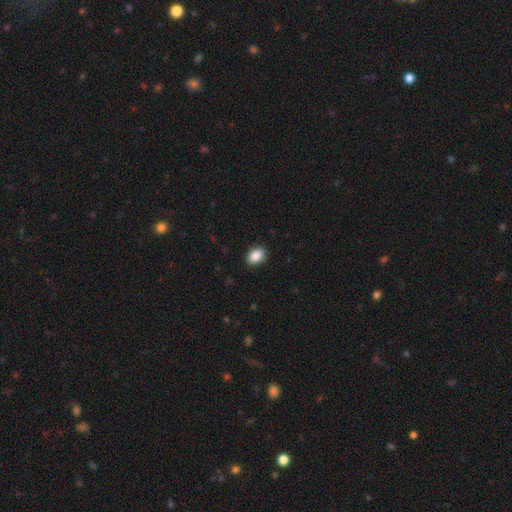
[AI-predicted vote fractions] The model was most divided on "how rounded": in between: 86%, round: 13%, cigar-shaped: 1%. More confident: smooth or featured — smooth (88%); merging — none (88%).